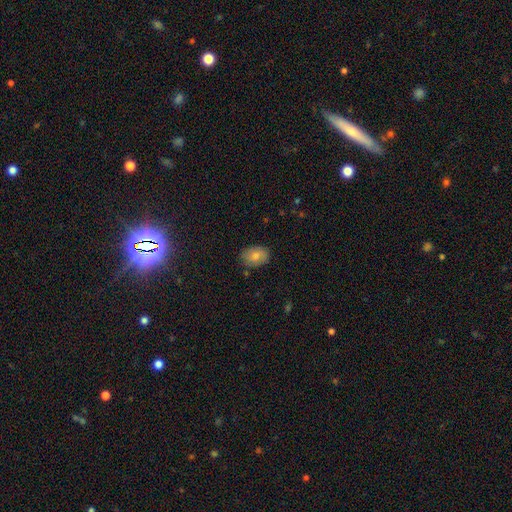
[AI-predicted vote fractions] Q: Smooth or featured?
A: smooth (78%); runner-up: featured or disk (15%)
Q: How rounded?
A: in between (78%); runner-up: round (21%)
Q: Merging?
A: none (80%); runner-up: minor disturbance (15%)